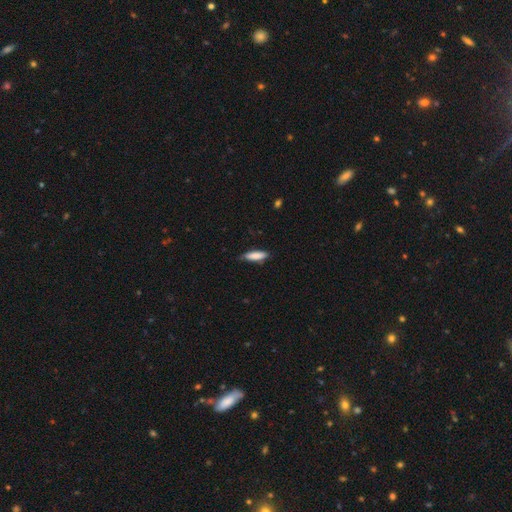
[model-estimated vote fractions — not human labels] Smooth or featured? Predicted: smooth (p=0.85). How rounded? Predicted: cigar-shaped (p=0.57). Merging? Predicted: none (p=0.78).